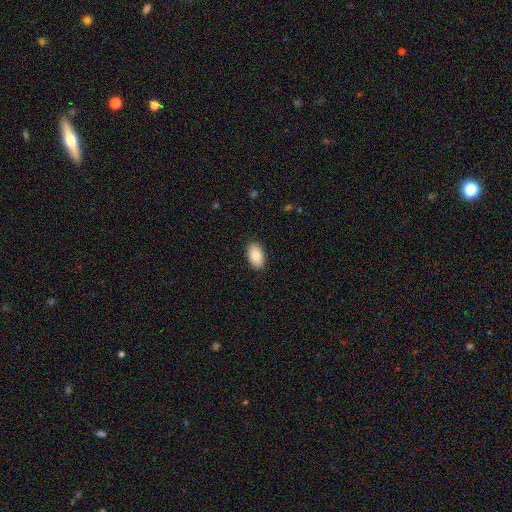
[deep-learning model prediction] Smooth or featured: smooth — 88% (star or artifact — 6%)
How rounded: in between — 94% (round — 5%)
Merging: none — 89% (minor disturbance — 8%)